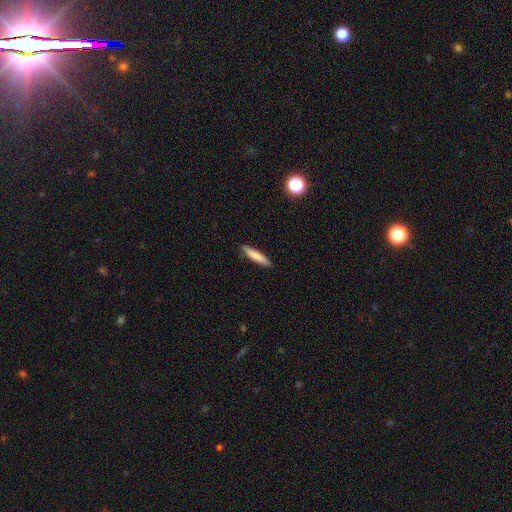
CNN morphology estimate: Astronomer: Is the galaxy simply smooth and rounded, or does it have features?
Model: smooth — 80%.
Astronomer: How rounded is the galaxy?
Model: cigar-shaped — 86%.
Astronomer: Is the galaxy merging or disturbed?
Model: none — 89%.